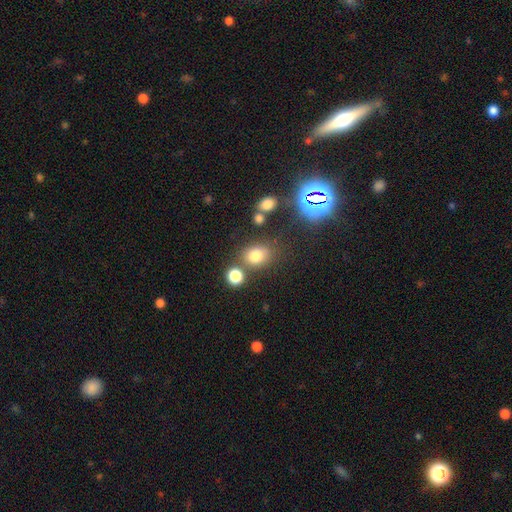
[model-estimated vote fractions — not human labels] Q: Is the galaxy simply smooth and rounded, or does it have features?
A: smooth — 74%.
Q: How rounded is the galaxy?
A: round — 52%.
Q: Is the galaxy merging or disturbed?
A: none — 66%.